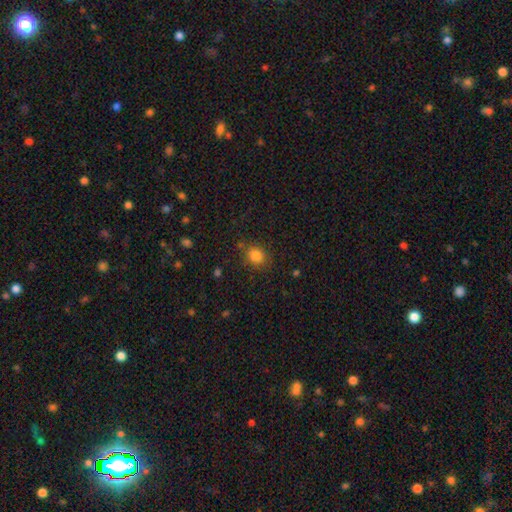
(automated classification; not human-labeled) smooth_or_featured: smooth (p=0.83) [alt: star or artifact p=0.11]
how_rounded: round (p=0.59) [alt: in between p=0.40]
merging: none (p=0.79) [alt: minor disturbance p=0.14]